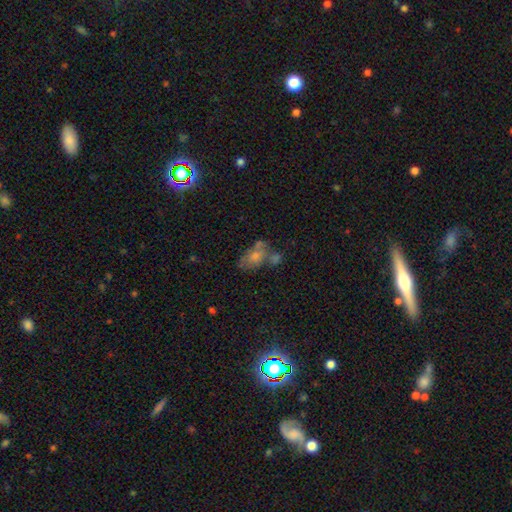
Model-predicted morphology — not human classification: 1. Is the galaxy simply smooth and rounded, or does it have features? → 60% smooth, 30% featured or disk, 11% star or artifact.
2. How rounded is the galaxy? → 86% in between, 11% round, 3% cigar-shaped.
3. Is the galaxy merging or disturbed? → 36% merger, 30% none, 19% minor disturbance, 15% major disturbance.